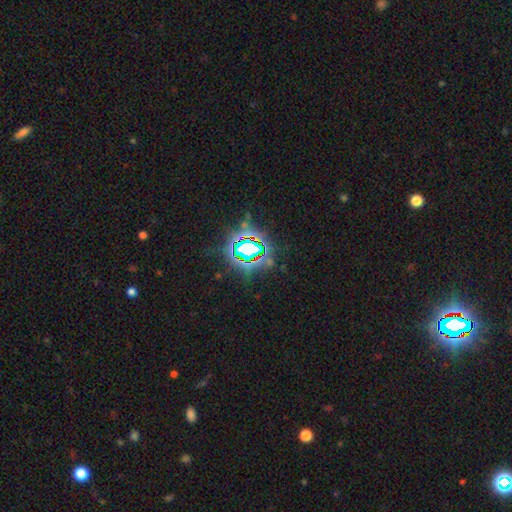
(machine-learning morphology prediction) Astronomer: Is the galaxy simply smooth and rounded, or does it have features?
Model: star or artifact — 81%.